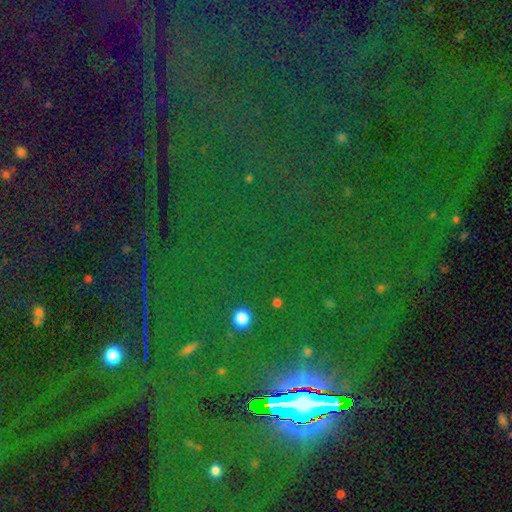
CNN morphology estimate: This is clearly a star or artifact rather than a galaxy (85%).